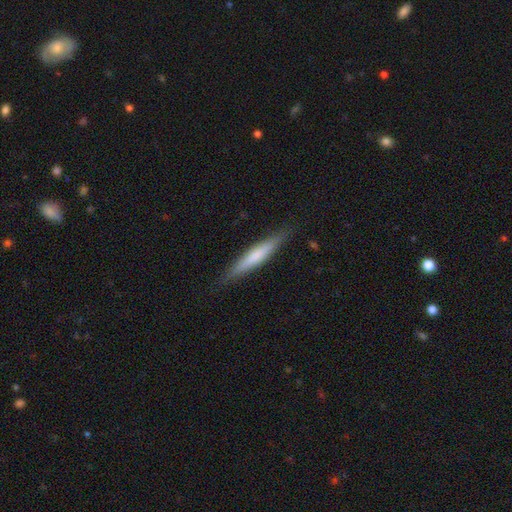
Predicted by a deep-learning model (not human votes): This is possibly a smooth galaxy (57%). How rounded: clearly cigar-shaped (93%). Merging: clearly none (88%).